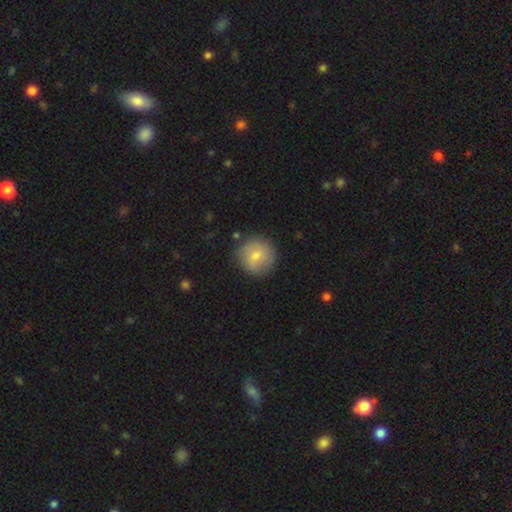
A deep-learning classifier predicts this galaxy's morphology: This appears to be a smooth galaxy with no disk features (69%) that is round (94%). Merging: none (85%).